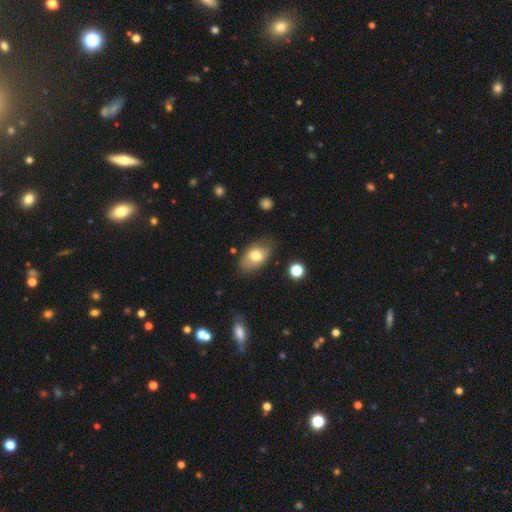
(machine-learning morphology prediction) The model was most divided on "smooth or featured": smooth: 73%, featured or disk: 20%, star or artifact: 8%. More confident: how rounded — in between (89%); merging — none (74%).